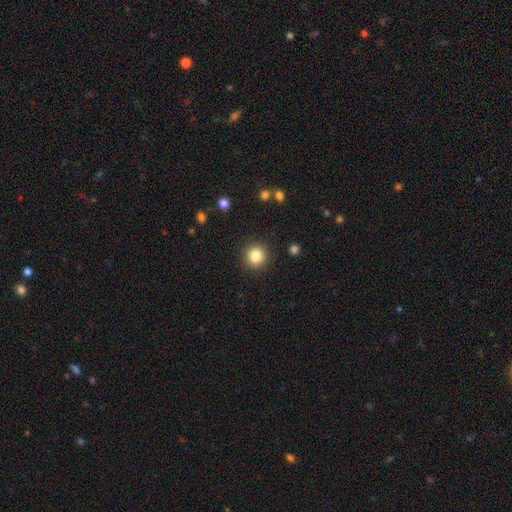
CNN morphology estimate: The model was most divided on "smooth or featured": smooth: 84%, star or artifact: 10%, featured or disk: 6%. More confident: how rounded — round (94%); merging — none (91%).